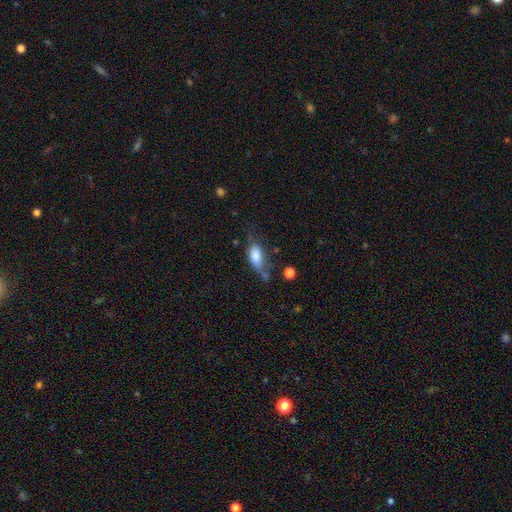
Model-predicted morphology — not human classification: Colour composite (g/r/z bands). It shows a smooth galaxy with no disk features (74%) that is in between round and cigar-shaped (87%). Merging: minor disturbance (32%).